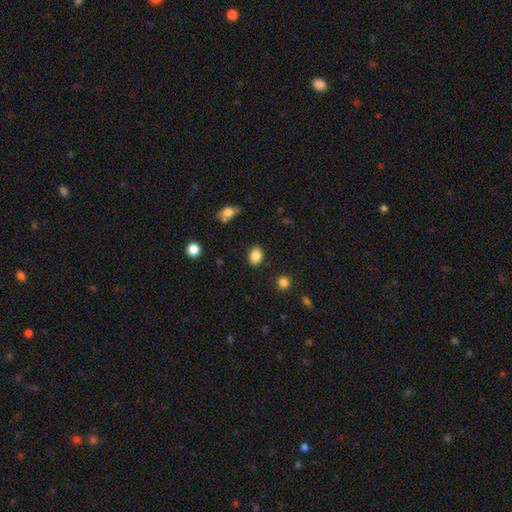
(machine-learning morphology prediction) A smooth galaxy with no disk features (85%) that is in between round and cigar-shaped (69%).

Vote fractions:
- Smooth or featured? smooth: 85% / star or artifact: 9% / featured or disk: 5%
- How rounded? in between: 69% / round: 30% / cigar-shaped: 1%
- Merging? none: 86% / minor disturbance: 9% / major disturbance: 2% / merger: 2%